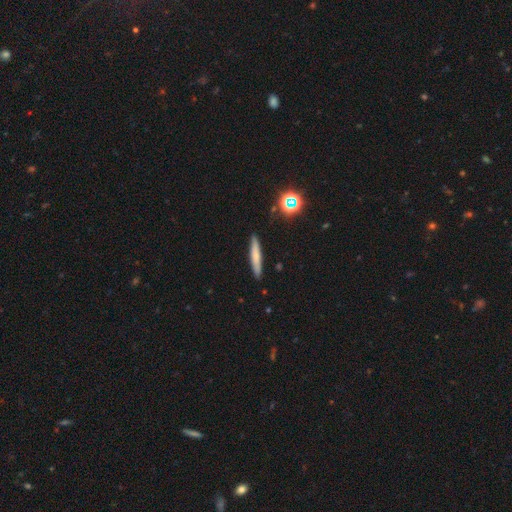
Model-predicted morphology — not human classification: smooth-or-featured: smooth: 67% | featured or disk: 25% | star or artifact: 8%
  how-rounded: cigar-shaped: 92% | in between: 6% | round: 2%
  merging: none: 89% | minor disturbance: 8% | major disturbance: 2% | merger: 1%